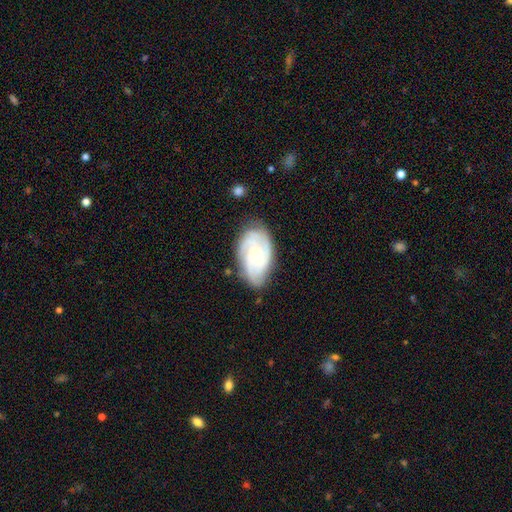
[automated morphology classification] A featured or disk galaxy (78%) with no bar (69%), 3 (39%) tight (62%) spiral arms (94%) and a moderate central bulge (52%). Merging: none (73%).